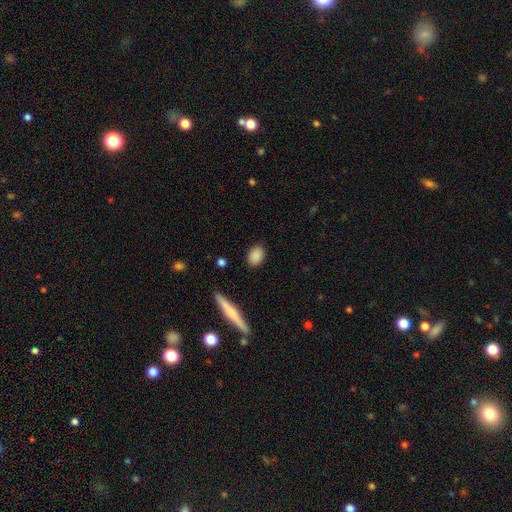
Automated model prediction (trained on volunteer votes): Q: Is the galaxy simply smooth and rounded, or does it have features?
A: smooth — 87%.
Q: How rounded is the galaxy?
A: in between — 68%.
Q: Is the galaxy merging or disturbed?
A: none — 86%.